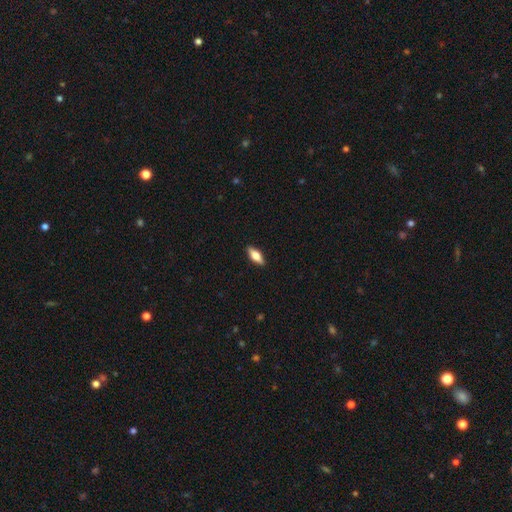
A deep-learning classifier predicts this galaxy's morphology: This is likely a smooth galaxy (66%). How rounded: likely in between (69%). Merging: clearly none (90%).